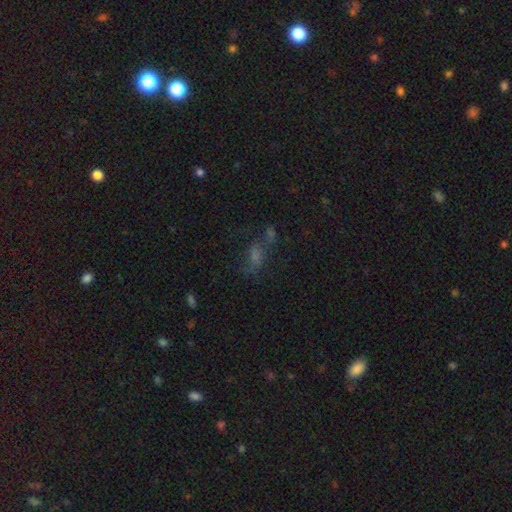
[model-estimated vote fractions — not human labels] Overall: smooth (40%; star or artifact 36%). Merging: none (47%; major disturbance 19%).